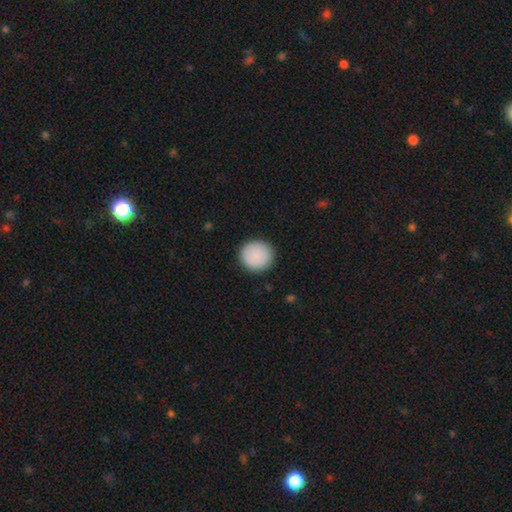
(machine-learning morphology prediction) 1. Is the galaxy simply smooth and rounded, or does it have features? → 89% smooth, 7% star or artifact, 4% featured or disk.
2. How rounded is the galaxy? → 93% round, 6% in between, 1% cigar-shaped.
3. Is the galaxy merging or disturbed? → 91% none, 6% minor disturbance, 2% major disturbance, 1% merger.